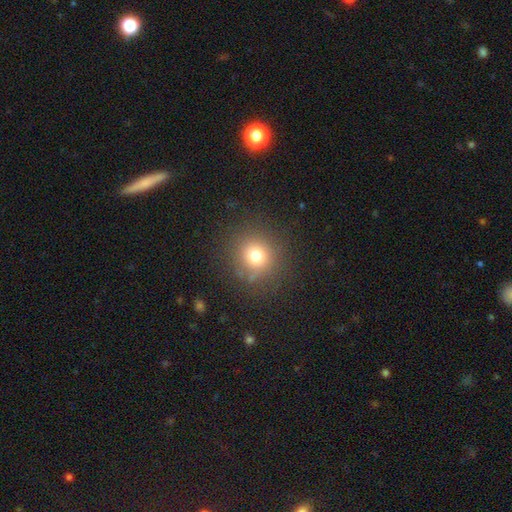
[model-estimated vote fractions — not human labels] The model was most divided on "smooth or featured": smooth: 74%, star or artifact: 17%, featured or disk: 9%. More confident: how rounded — round (90%); merging — none (86%).